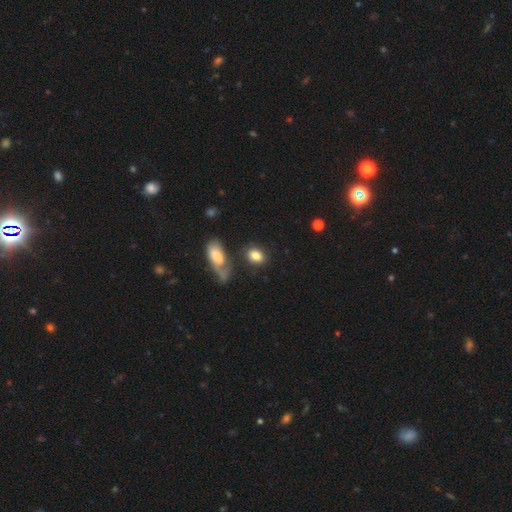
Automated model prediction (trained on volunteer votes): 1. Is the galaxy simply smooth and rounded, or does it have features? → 82% smooth, 10% featured or disk, 9% star or artifact.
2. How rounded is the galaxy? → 63% in between, 34% round, 3% cigar-shaped.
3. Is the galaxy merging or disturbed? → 70% none, 14% minor disturbance, 11% merger, 6% major disturbance.